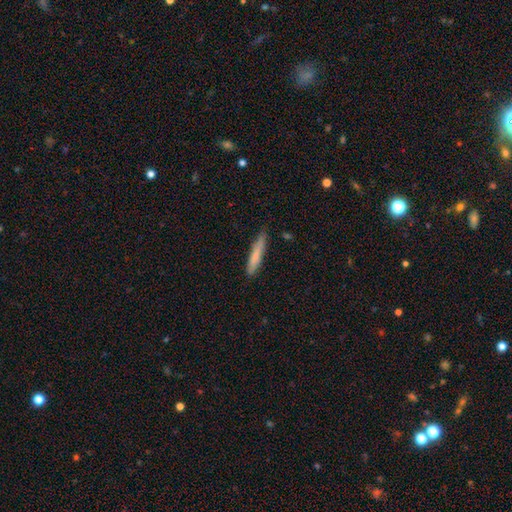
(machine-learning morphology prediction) This is likely a smooth galaxy (76%). How rounded: clearly cigar-shaped (91%). Merging: likely none (79%).